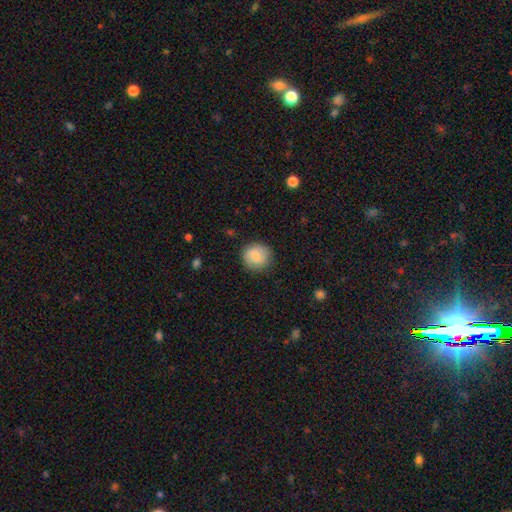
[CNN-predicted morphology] smooth 81%, featured or disk 12%, star or artifact 7%. Down the decision tree: how rounded — round (92%); merging — none (86%).